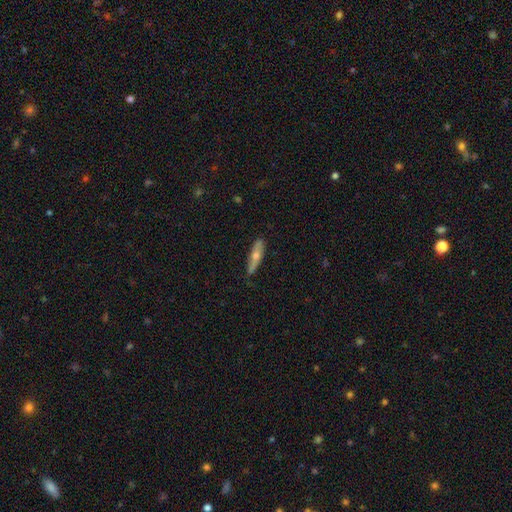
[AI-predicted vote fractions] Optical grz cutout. It shows a featured or disk galaxy (51%) viewed edge-on (86%). Merging: none (83%).